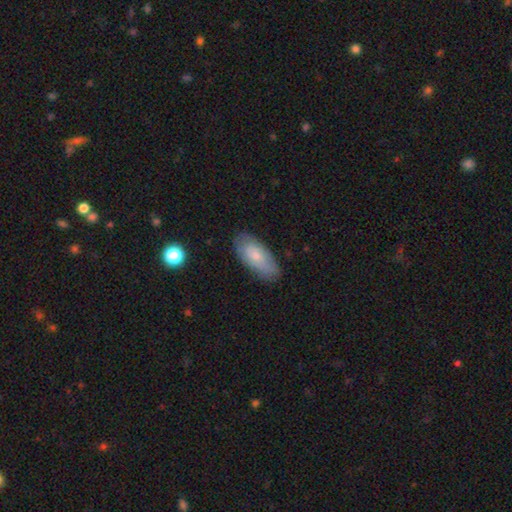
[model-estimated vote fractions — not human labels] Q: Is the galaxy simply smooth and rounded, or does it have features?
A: smooth — 69%.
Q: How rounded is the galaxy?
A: in between — 88%.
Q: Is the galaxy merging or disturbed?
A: none — 77%.